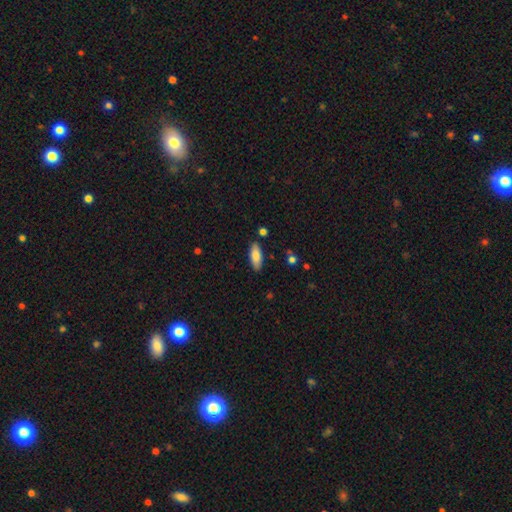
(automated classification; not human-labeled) Overall: smooth (82%). How rounded: in between (78%). Merging: none (85%).